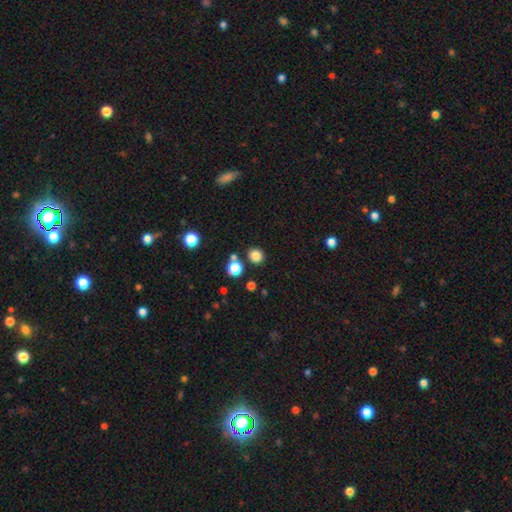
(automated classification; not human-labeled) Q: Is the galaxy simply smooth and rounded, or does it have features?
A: smooth — 82%.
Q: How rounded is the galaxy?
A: round — 86%.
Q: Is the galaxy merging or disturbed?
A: none — 81%.